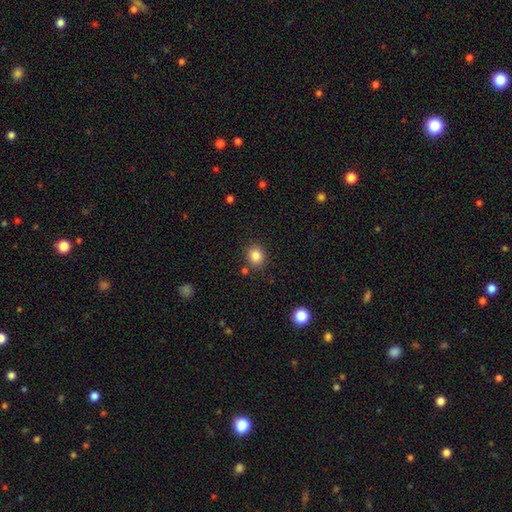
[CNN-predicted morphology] type=smooth (85%); roundness=round (72%); merging=none (83%).